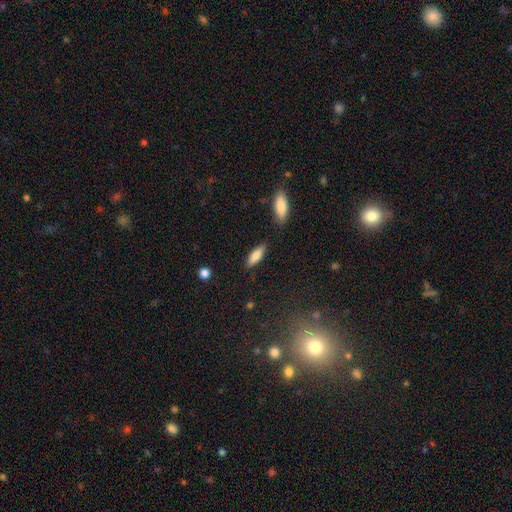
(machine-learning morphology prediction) A smooth galaxy with no disk features (79%) that is in between round and cigar-shaped (54%). Merging: none (83%).